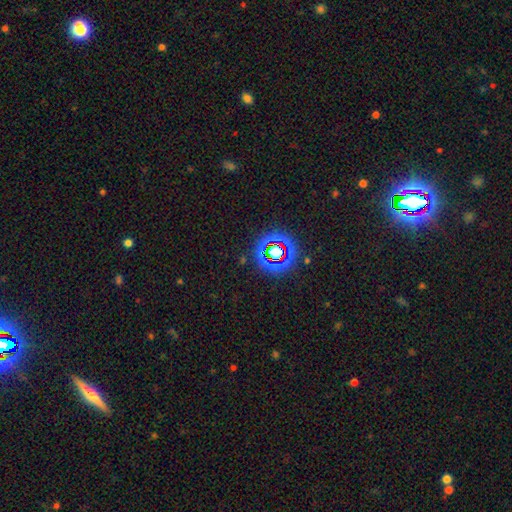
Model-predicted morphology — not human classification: The model was most divided on "smooth or featured": star or artifact: 79%, smooth: 12%, featured or disk: 9%.